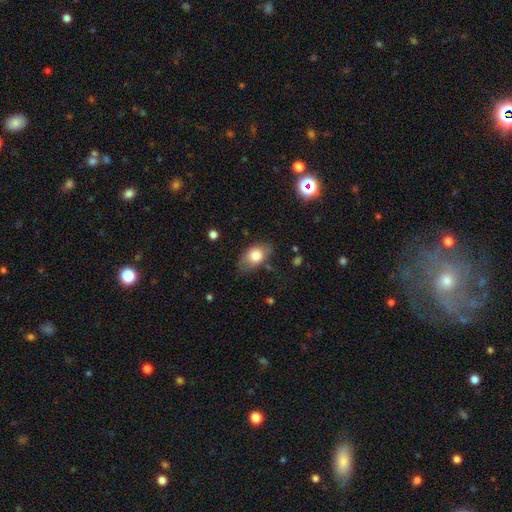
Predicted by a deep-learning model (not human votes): This is likely a smooth galaxy (77%). How rounded: clearly in between (86%). Merging: likely none (72%).